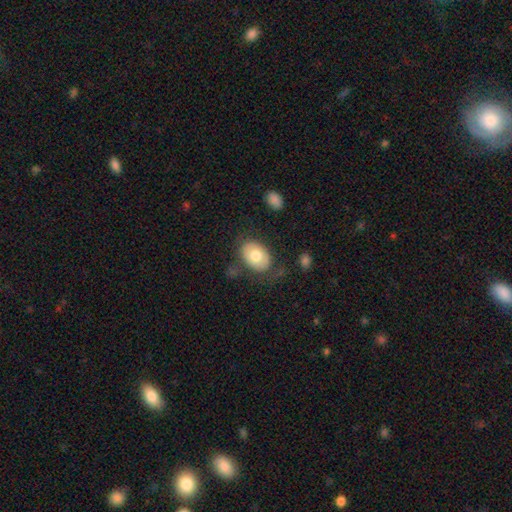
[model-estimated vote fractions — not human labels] A smooth galaxy with no disk features (71%) that is in between round and cigar-shaped (81%). Merging: none (71%).